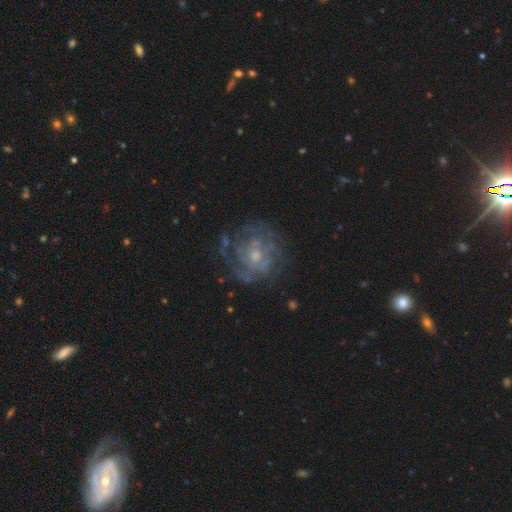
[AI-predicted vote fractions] This appears to be a featured or disk galaxy (74%) with no bar (78%), spiral arms (65%) and a small central bulge (49%). Merging: none (67%).